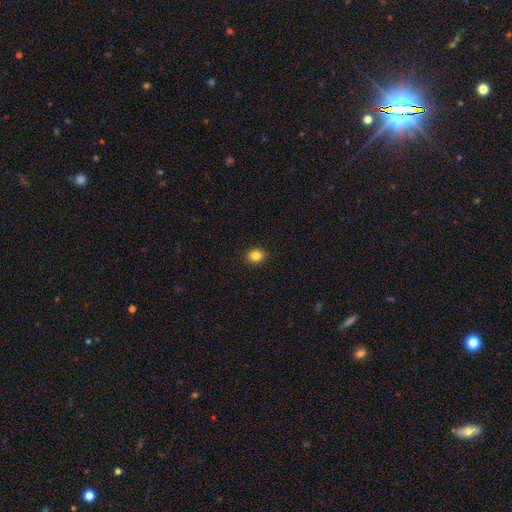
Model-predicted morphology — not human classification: Smooth or featured? Predicted: smooth (p=0.84). How rounded? Predicted: round (p=0.61). Merging? Predicted: none (p=0.91).